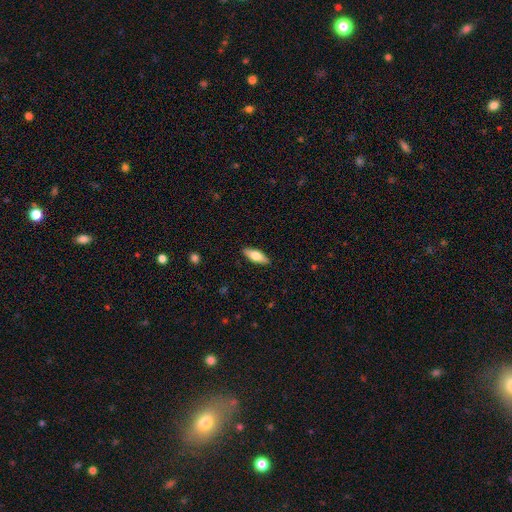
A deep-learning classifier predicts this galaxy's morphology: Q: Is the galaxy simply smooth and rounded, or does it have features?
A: smooth — 71%.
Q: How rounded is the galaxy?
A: in between — 69%.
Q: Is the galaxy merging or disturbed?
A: none — 89%.